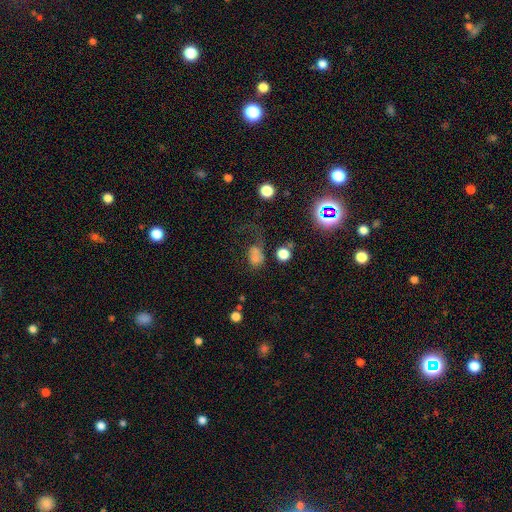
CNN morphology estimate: Smooth or featured? Predicted: smooth (p=0.63). How rounded? Predicted: in between (p=0.53). Merging? Predicted: major disturbance (p=0.35).